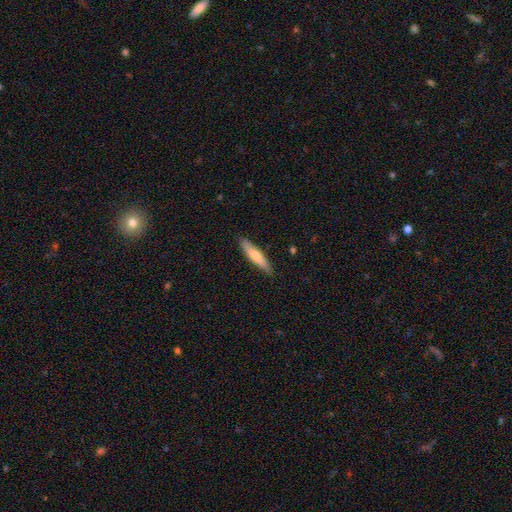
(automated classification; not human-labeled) Smooth or featured? Predicted: smooth (p=0.72). How rounded? Predicted: cigar-shaped (p=0.82). Merging? Predicted: none (p=0.86).